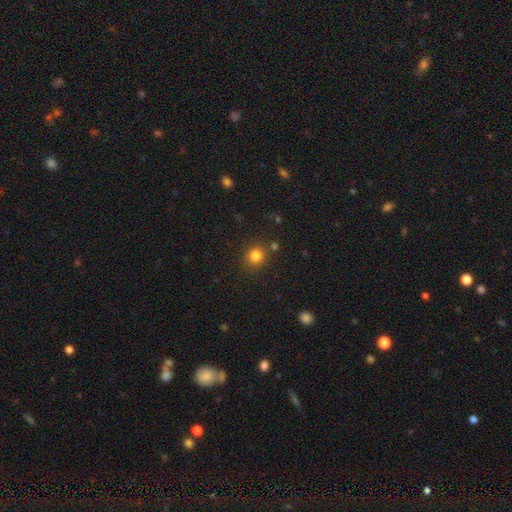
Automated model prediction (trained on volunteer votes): Smooth or featured?
  - smooth: 81% *
  - star or artifact: 13%
  - featured or disk: 5%
How rounded?
  - round: 86% *
  - in between: 13%
  - cigar-shaped: 1%
Merging?
  - none: 83% *
  - minor disturbance: 9%
  - merger: 5%
  - major disturbance: 3%